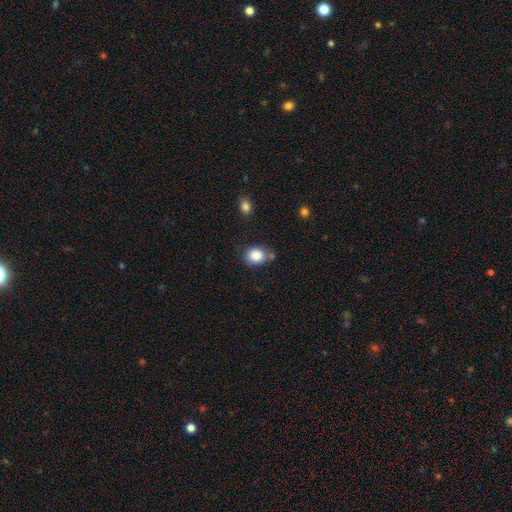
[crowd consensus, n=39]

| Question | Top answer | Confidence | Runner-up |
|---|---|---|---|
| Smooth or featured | smooth | 95% | featured or disk (5%) |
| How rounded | round | 62% | in between (38%) |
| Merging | none | 77% | minor disturbance (13%) |